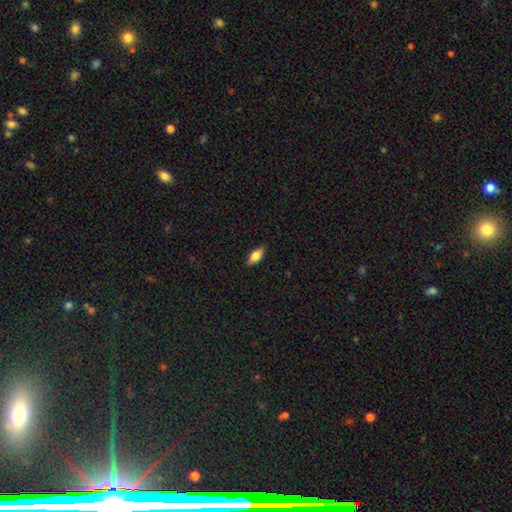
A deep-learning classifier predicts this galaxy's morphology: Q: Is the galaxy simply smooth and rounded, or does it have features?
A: smooth — 72%.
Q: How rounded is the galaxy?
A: in between — 77%.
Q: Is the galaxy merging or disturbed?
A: none — 85%.